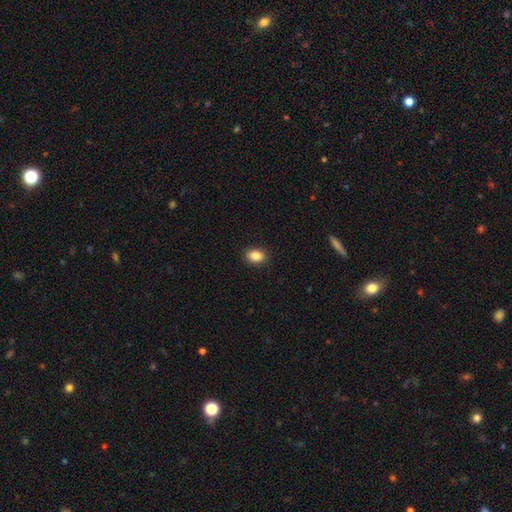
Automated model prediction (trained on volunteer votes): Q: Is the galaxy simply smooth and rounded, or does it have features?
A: smooth — 87%.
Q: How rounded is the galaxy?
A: in between — 74%.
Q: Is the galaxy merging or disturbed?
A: none — 90%.